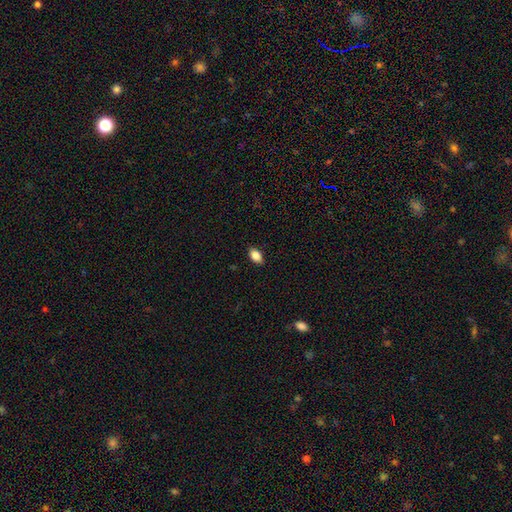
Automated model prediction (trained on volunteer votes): Smooth or featured? smooth (83%)
How rounded? in between (89%)
Merging? none (86%)